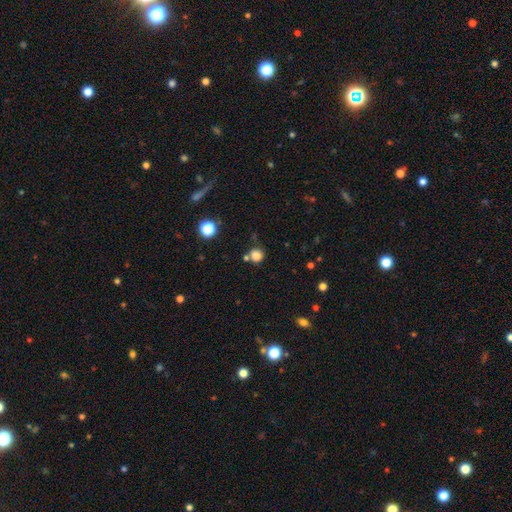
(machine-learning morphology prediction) A smooth galaxy with no disk features (81%) that is round (85%).

Vote fractions:
- Smooth or featured? smooth: 81% / star or artifact: 14% / featured or disk: 5%
- How rounded? round: 85% / in between: 14% / cigar-shaped: 1%
- Merging? none: 67% / merger: 16% / minor disturbance: 13% / major disturbance: 5%